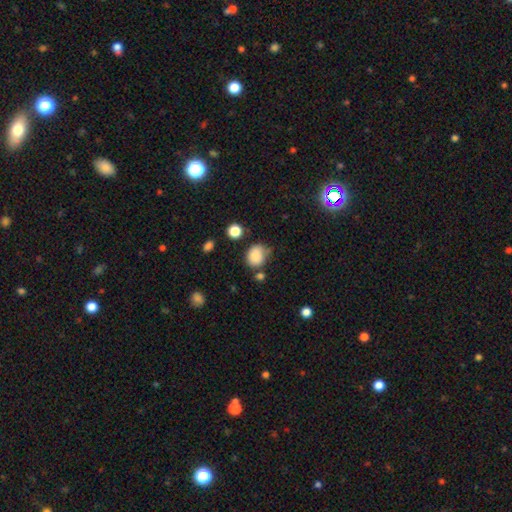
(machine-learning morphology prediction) This appears to be a smooth galaxy with no disk features (85%) that is round (62%). Merging: none (62%).